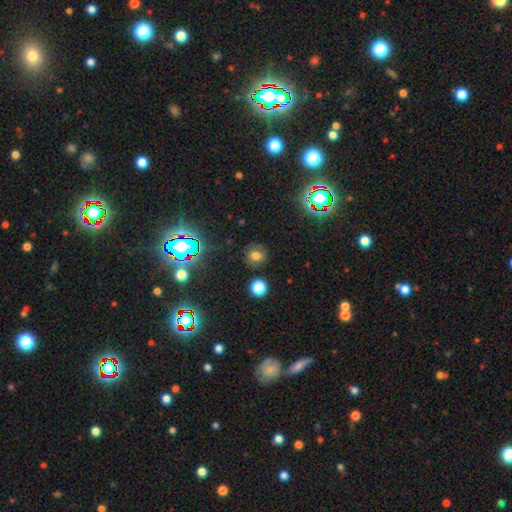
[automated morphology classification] Smooth or featured? smooth (68%)
How rounded? round (83%)
Merging? none (85%)